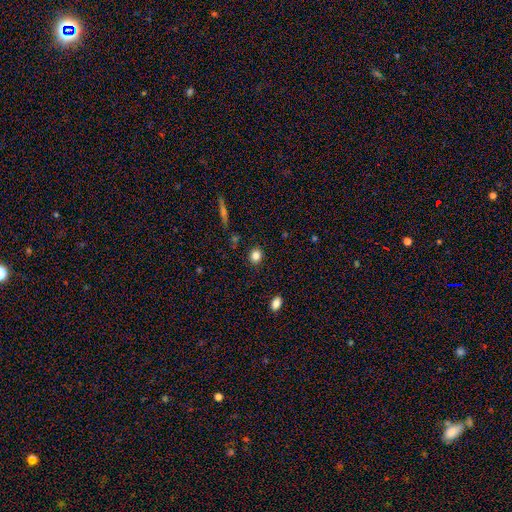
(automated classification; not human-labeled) Smooth or featured? Predicted: smooth (p=0.84). How rounded? Predicted: round (p=0.77). Merging? Predicted: none (p=0.89).